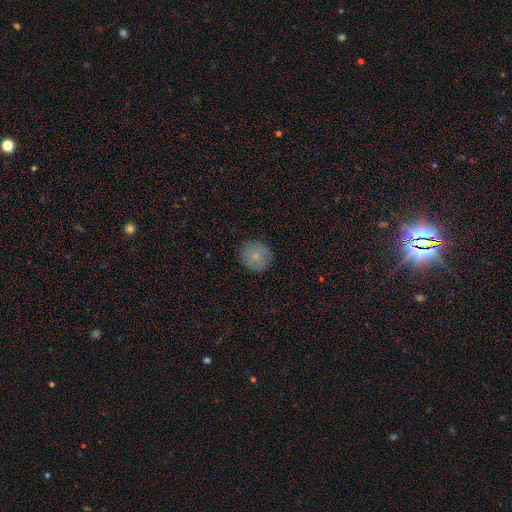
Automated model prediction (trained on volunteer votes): Overall: smooth (79%). How rounded: round (93%). Merging: none (88%).